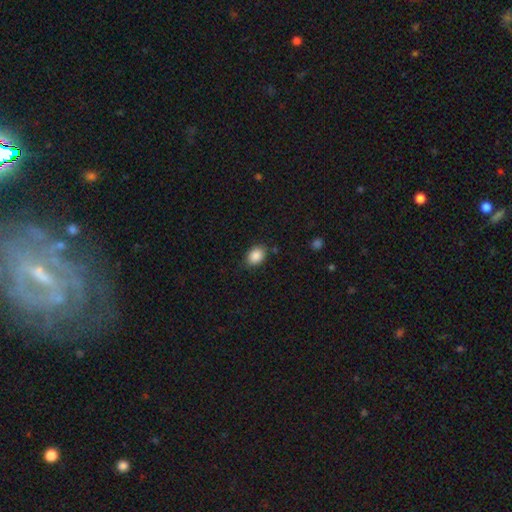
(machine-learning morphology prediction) This appears to be a smooth galaxy with no disk features (88%) that is in between round and cigar-shaped (71%). Merging: none (84%).